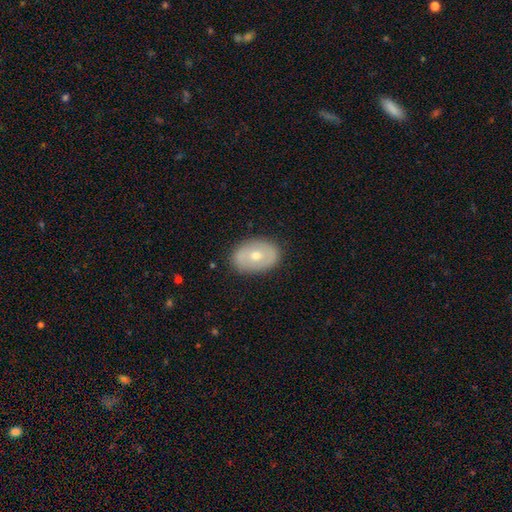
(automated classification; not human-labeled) The model was most divided on "smooth or featured": smooth: 52%, featured or disk: 41%, star or artifact: 7%. More confident: merging — none (85%); how rounded — in between (78%).